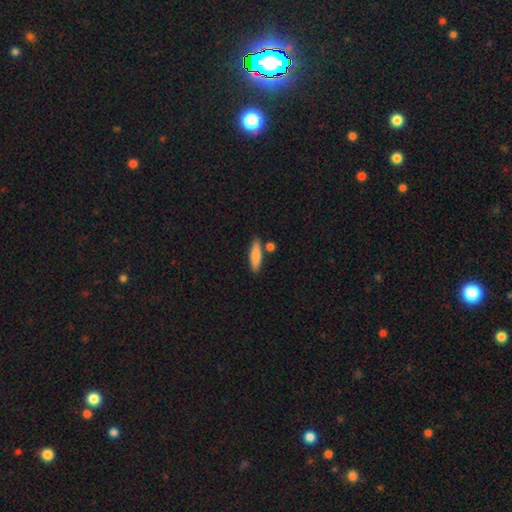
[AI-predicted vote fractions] The model was most divided on "how rounded": cigar-shaped: 67%, in between: 30%, round: 2%. More confident: smooth or featured — smooth (80%); merging — none (76%).